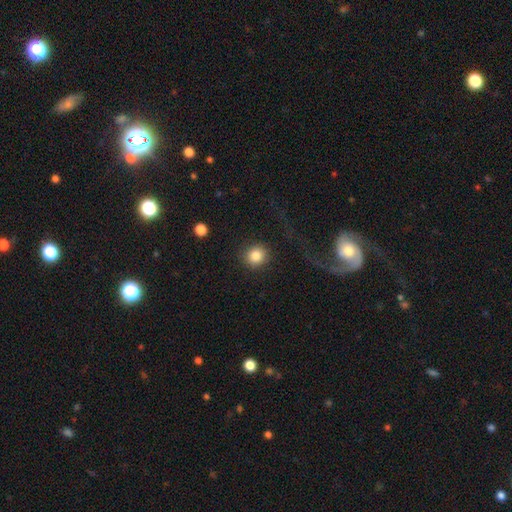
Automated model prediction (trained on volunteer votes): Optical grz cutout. It shows a smooth galaxy with no disk features (84%) that is round (90%). Merging: none (83%).